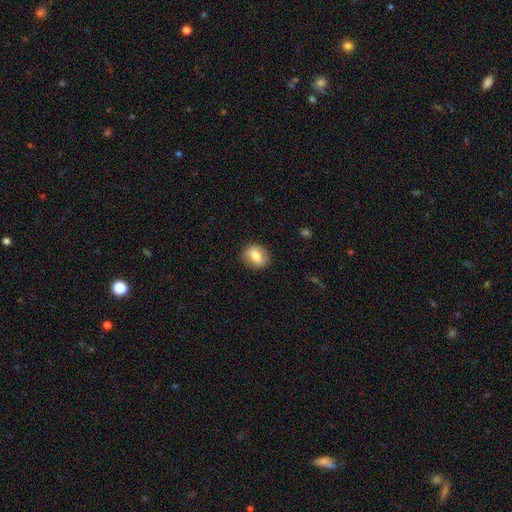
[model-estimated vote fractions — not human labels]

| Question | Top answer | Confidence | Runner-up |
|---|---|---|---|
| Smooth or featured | smooth | 76% | featured or disk (16%) |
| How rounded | round | 56% | in between (43%) |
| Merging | none | 86% | minor disturbance (11%) |